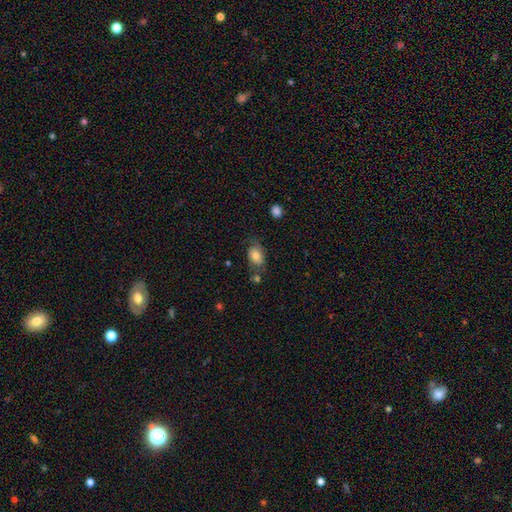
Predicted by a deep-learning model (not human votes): smooth 69%, featured or disk 22%, star or artifact 8%. Down the decision tree: how rounded — in between (82%); merging — none (56%).